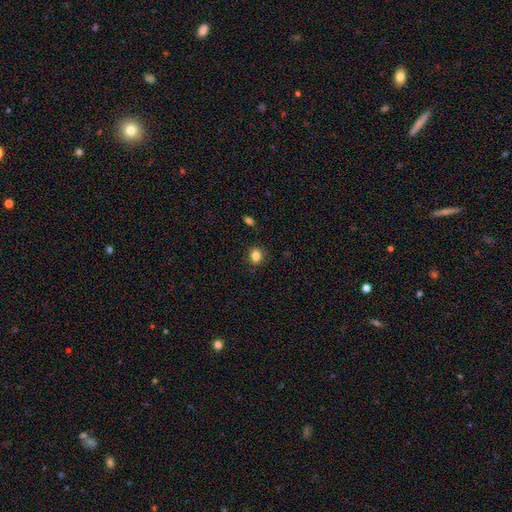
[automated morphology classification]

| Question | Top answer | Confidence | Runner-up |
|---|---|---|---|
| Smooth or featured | smooth | 84% | star or artifact (11%) |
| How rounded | round | 62% | in between (37%) |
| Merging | none | 87% | minor disturbance (9%) |